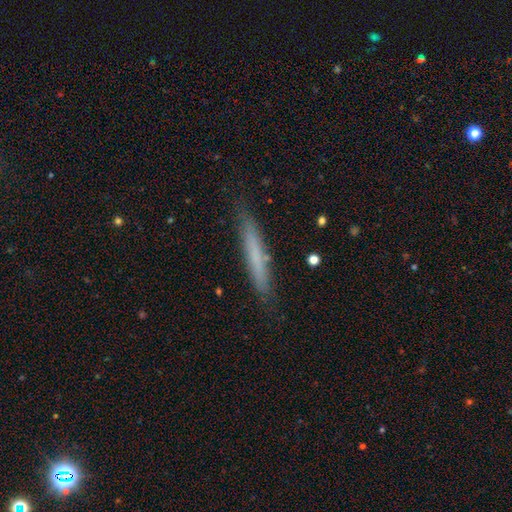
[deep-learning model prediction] Overall: smooth (62%; featured or disk 31%). How rounded: cigar-shaped (95%). Merging: none (84%).